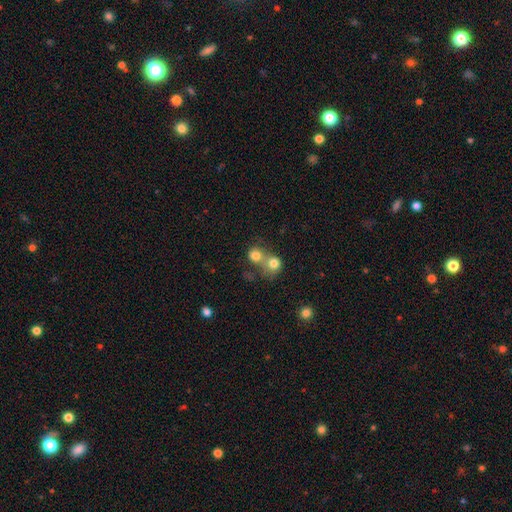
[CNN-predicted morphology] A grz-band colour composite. It shows a smooth galaxy with no disk features (78%) that is round (80%). Merging: merger (57%).